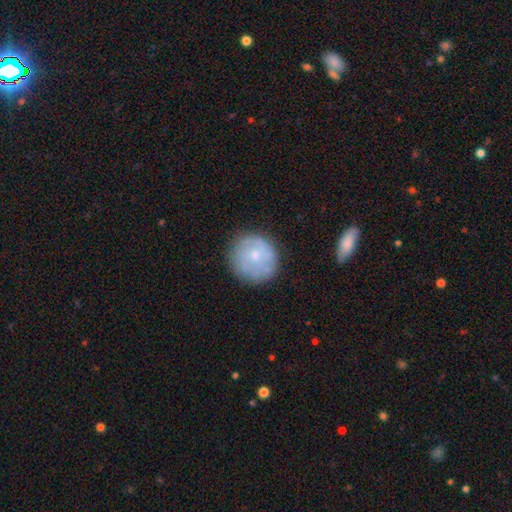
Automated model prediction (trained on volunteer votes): A smooth galaxy with no disk features (49%). Merging: none (78%).